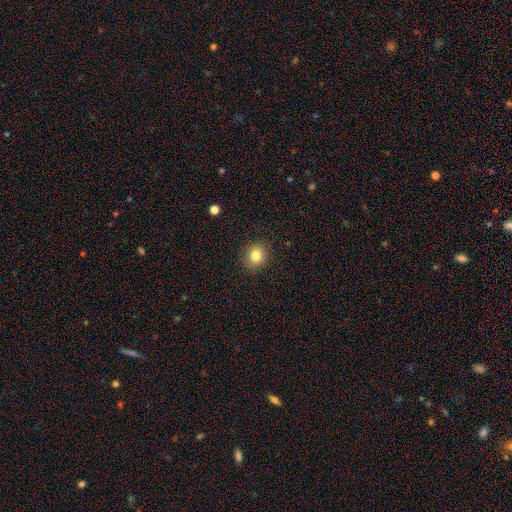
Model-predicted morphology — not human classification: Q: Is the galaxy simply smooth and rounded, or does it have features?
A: smooth — 82%.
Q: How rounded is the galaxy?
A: round — 74%.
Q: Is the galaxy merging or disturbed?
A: none — 89%.